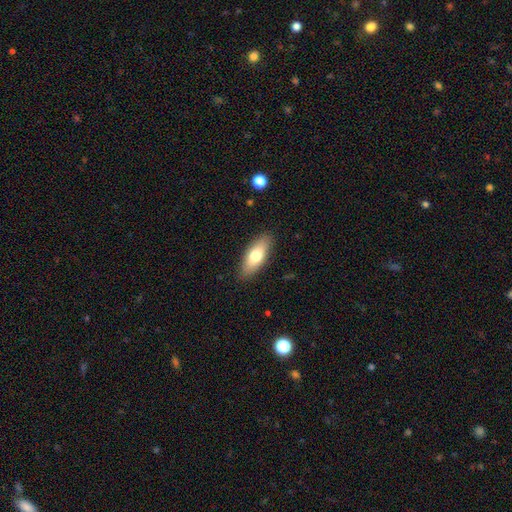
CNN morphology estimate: Smooth or featured?
  - smooth: 73% *
  - featured or disk: 21%
  - star or artifact: 6%
How rounded?
  - in between: 75% *
  - cigar-shaped: 23%
  - round: 3%
Merging?
  - none: 87% *
  - minor disturbance: 9%
  - major disturbance: 2%
  - merger: 1%